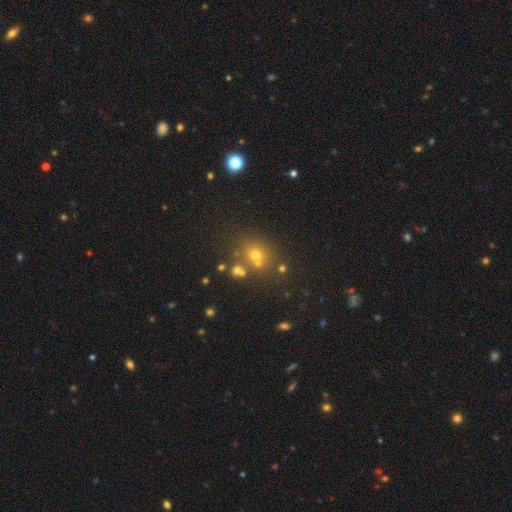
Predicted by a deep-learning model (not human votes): smooth_or_featured: smooth (p=0.57) [alt: star or artifact p=0.29]
how_rounded: round (p=0.74) [alt: in between p=0.25]
merging: none (p=0.63) [alt: merger p=0.22]